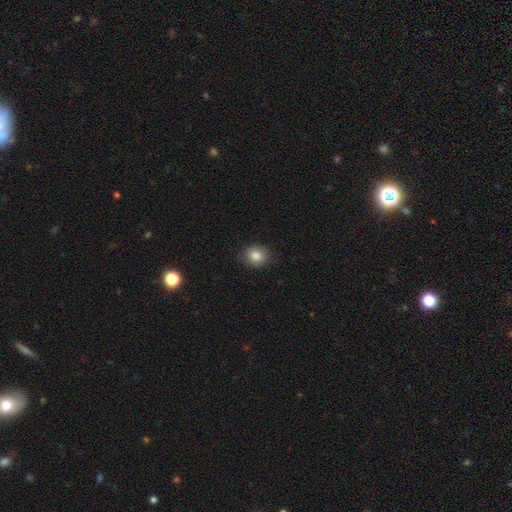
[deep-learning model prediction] This is clearly a smooth galaxy (85%). How rounded: likely round (73%). Merging: clearly none (86%).